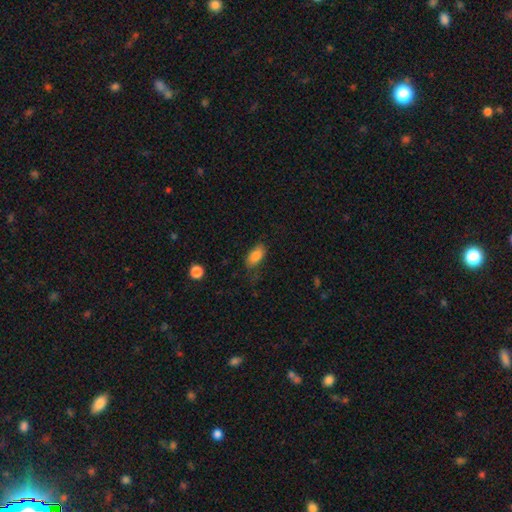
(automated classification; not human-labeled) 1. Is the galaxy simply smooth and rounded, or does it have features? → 85% smooth, 8% star or artifact, 7% featured or disk.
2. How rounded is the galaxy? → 90% in between, 6% cigar-shaped, 3% round.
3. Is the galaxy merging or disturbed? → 69% none, 22% minor disturbance, 7% major disturbance, 2% merger.